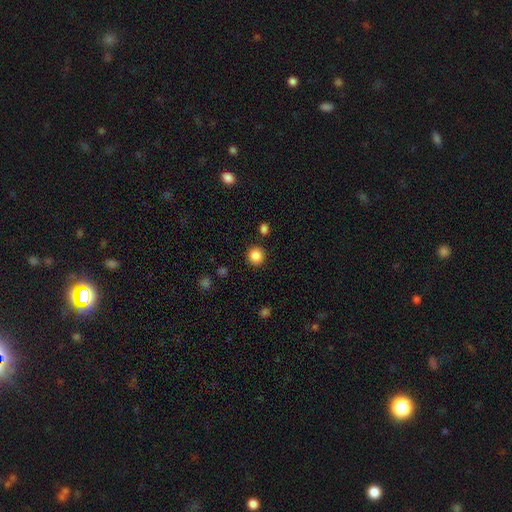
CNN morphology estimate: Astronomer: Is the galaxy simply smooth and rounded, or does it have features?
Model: smooth — 86%.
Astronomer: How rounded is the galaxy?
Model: round — 92%.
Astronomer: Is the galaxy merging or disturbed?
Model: none — 90%.